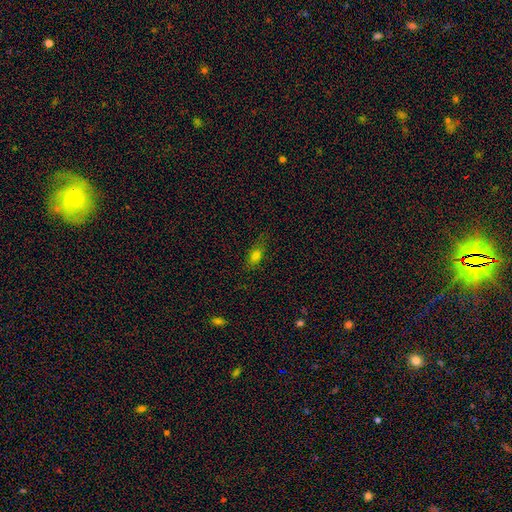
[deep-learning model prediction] smooth 75%, star or artifact 15%, featured or disk 11%. Down the decision tree: how rounded — in between (78%); merging — none (68%).